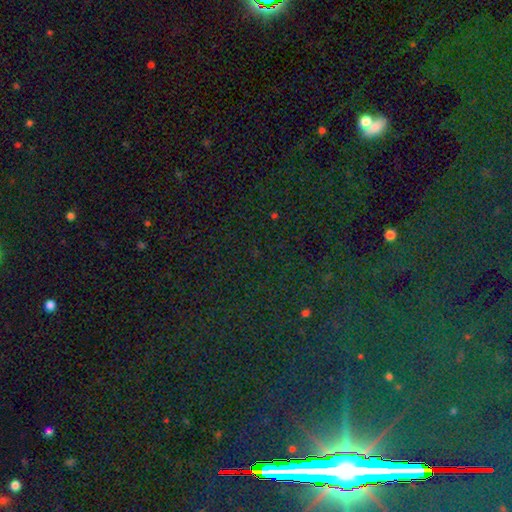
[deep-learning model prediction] Smooth or featured: star or artifact — 81% (smooth — 10%)